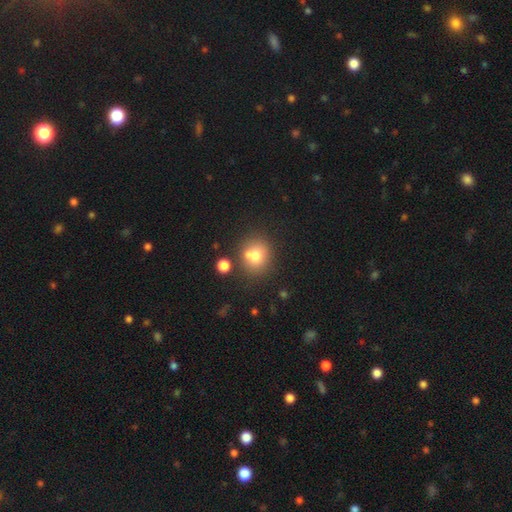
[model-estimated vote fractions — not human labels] Smooth or featured: smooth — 72% (featured or disk — 16%)
How rounded: round — 76% (in between — 23%)
Merging: none — 59% (merger — 26%)